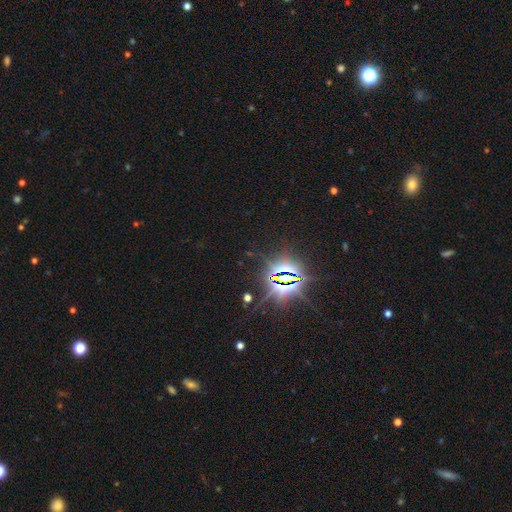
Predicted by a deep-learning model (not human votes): This appears to be a star or artifact, not a galaxy (85%).